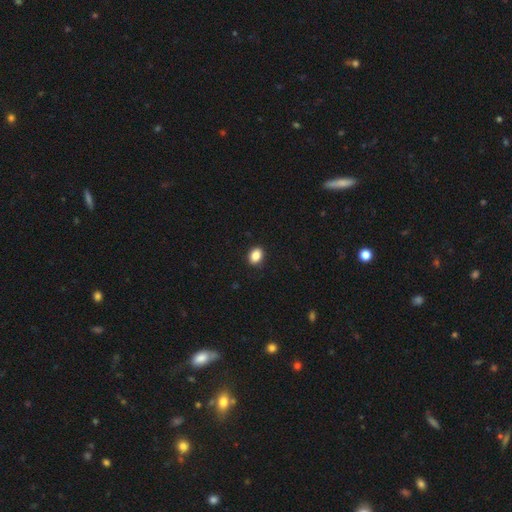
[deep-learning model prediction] A smooth galaxy with no disk features (86%) that is in between round and cigar-shaped (66%). Merging: none (89%).